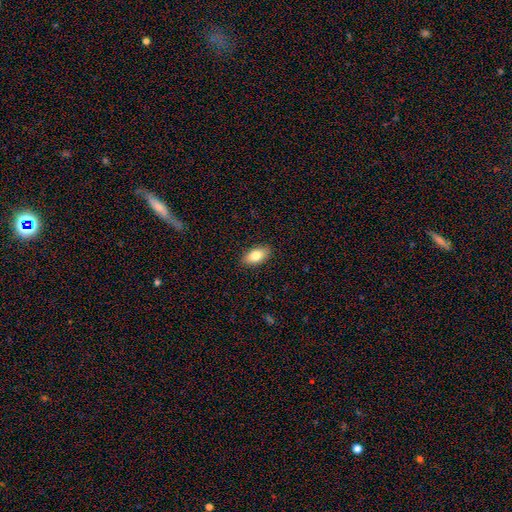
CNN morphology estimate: A smooth galaxy with no disk features (79%) that is in between round and cigar-shaped (89%). Merging: none (88%).